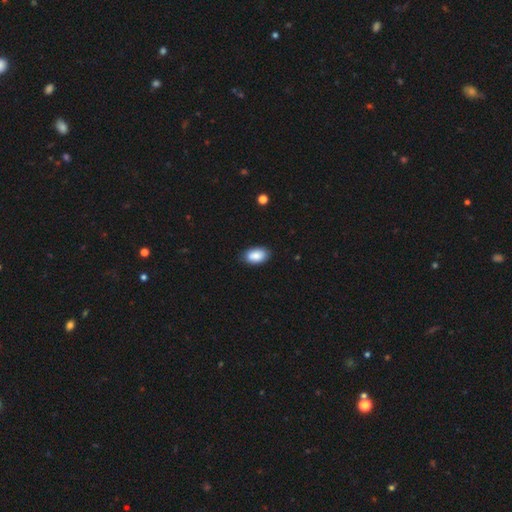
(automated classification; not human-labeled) smooth 88%, star or artifact 7%, featured or disk 6%. Down the decision tree: how rounded — in between (93%); merging — none (84%).